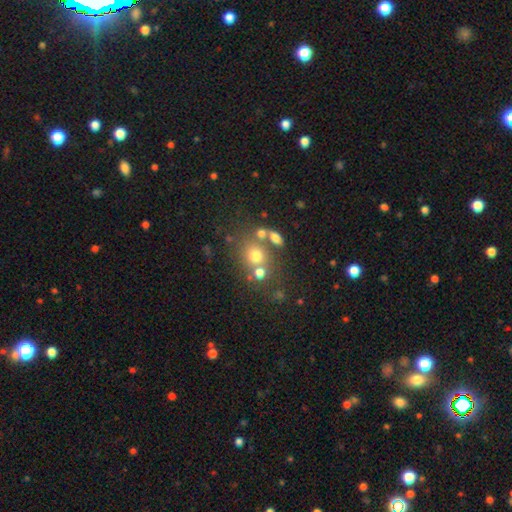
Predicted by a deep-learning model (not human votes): The model was most divided on "merging": none: 56%, merger: 26%, minor disturbance: 12%, major disturbance: 6%. More confident: how rounded — round (76%); smooth or featured — smooth (66%).